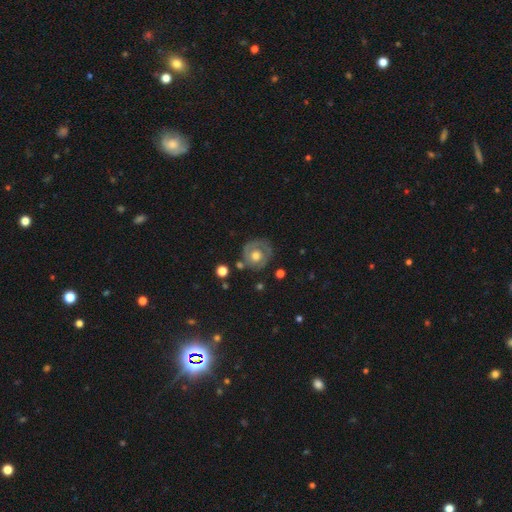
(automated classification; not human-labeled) Smooth or featured?
  - featured or disk: 62% *
  - smooth: 32%
  - star or artifact: 7%
Edge-on disk?
  - no: 97% *
  - yes: 3%
Bar?
  - no: 83% *
  - weak: 15%
  - strong: 3%
Spiral arms?
  - yes: 67% *
  - no: 33%
Bulge size?
  - moderate: 65% *
  - large: 23%
  - small: 9%
  - none: 2%
  - dominant: 2%
Merging?
  - none: 71% *
  - minor disturbance: 17%
  - major disturbance: 8%
  - merger: 4%